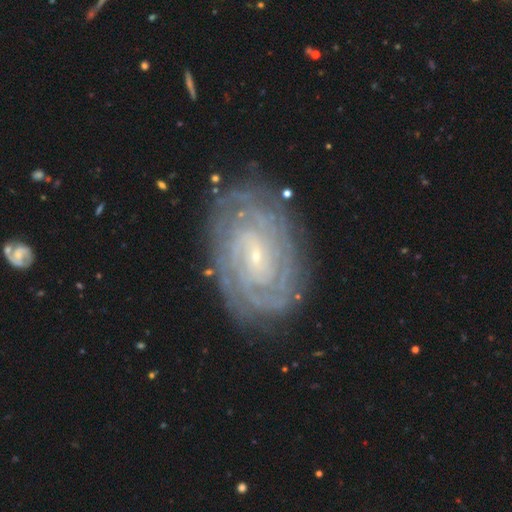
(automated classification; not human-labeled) Smooth or featured: featured or disk — 87% (smooth — 7%)
Edge-on disk: no — 97% (yes — 3%)
Bar: no — 51% (weak — 36%)
Spiral arms: yes — 97% (no — 3%)
Spiral winding: tight — 83% (medium — 14%)
Spiral arm count: can't tell — 34% (2 — 19%)
Bulge size: small — 85% (moderate — 11%)
Merging: none — 81% (minor disturbance — 14%)